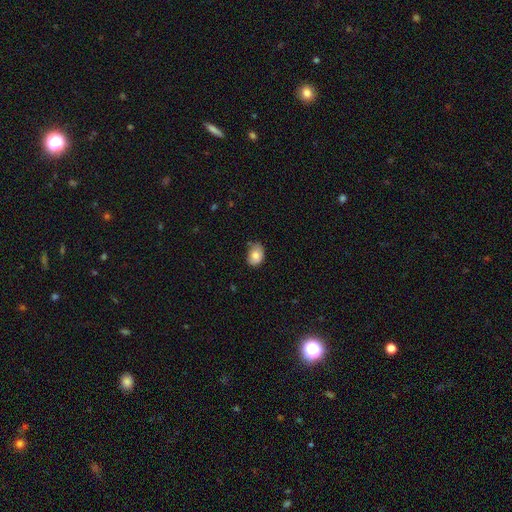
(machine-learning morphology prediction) Smooth or featured? Predicted: smooth (p=0.79). How rounded? Predicted: in between (p=0.72). Merging? Predicted: none (p=0.61).